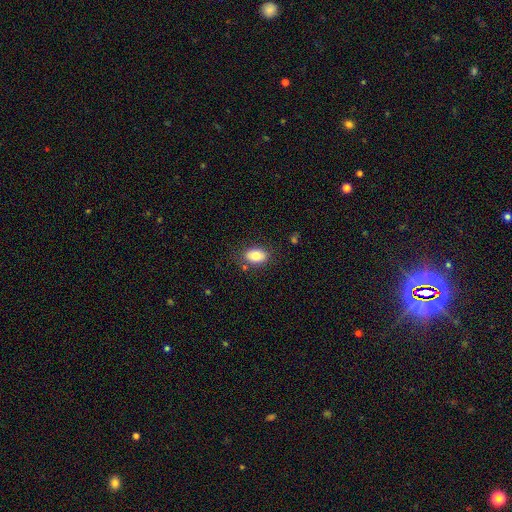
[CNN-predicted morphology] A smooth galaxy with no disk features (80%) that is in between round and cigar-shaped (82%). Merging: none (80%).